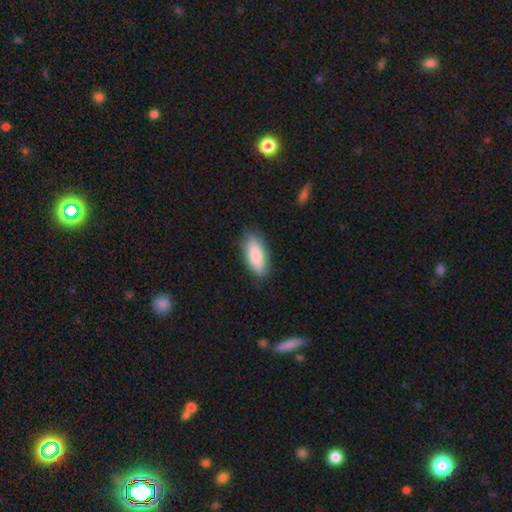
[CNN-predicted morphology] Smooth or featured? smooth (82%)
How rounded? in between (81%)
Merging? none (81%)